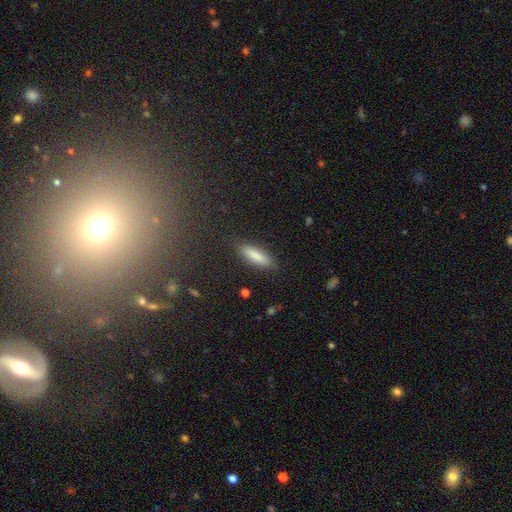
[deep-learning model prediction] This appears to be a smooth galaxy with no disk features (83%) that is cigar-shaped (55%). Merging: none (85%).